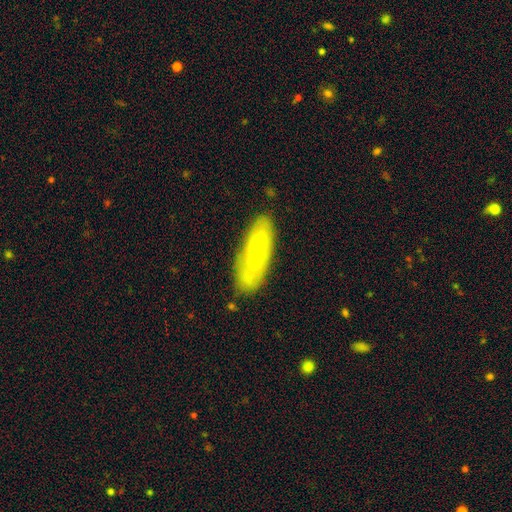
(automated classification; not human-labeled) smooth_or_featured: featured or disk (p=0.56) [alt: smooth p=0.37]
disk_edge_on: no (p=0.82) [alt: yes p=0.18]
merging: none (p=0.82) [alt: minor disturbance p=0.13]